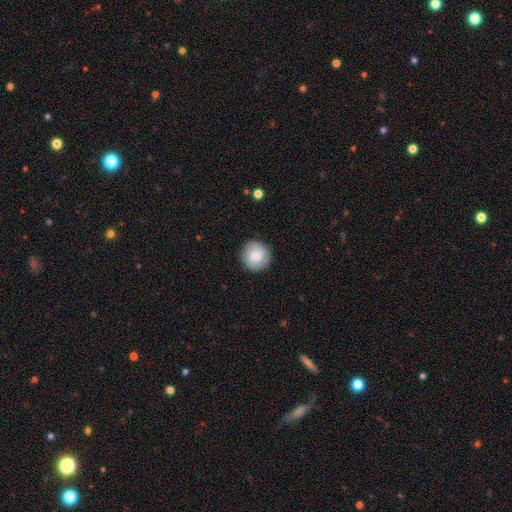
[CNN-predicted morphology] smooth_or_featured: smooth (p=0.80) [alt: featured or disk p=0.14]
how_rounded: round (p=0.94) [alt: in between p=0.05]
merging: none (p=0.88) [alt: minor disturbance p=0.08]